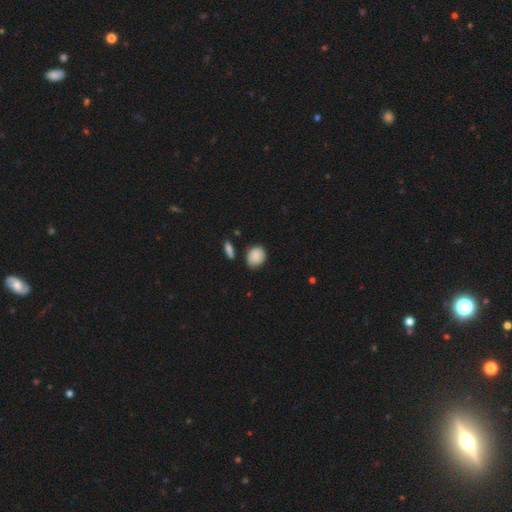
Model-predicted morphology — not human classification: This is clearly a smooth galaxy (87%). How rounded: likely round (61%). Merging: likely none (71%).